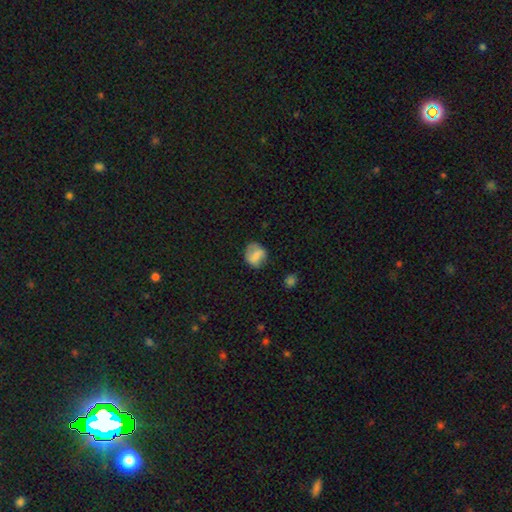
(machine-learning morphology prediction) smooth 72%, featured or disk 19%, star or artifact 9%. Down the decision tree: how rounded — round (59%); merging — none (62%).